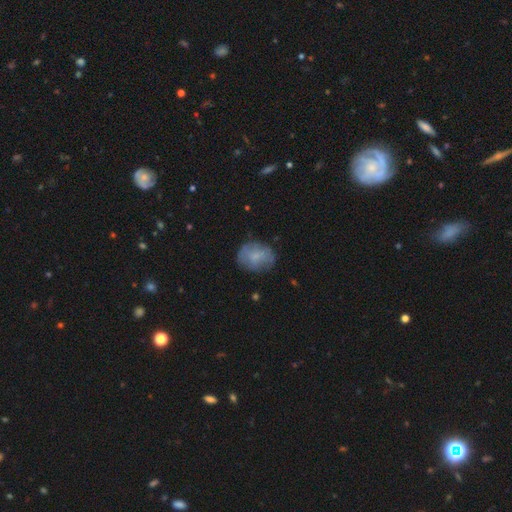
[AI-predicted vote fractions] Smooth or featured? smooth (68%)
How rounded? in between (57%)
Merging? none (69%)